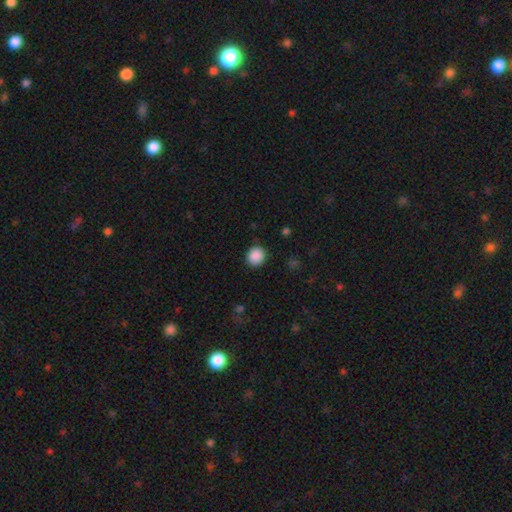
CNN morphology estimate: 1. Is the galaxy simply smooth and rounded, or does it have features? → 89% smooth, 9% star or artifact, 2% featured or disk.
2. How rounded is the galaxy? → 89% round, 10% in between, 1% cigar-shaped.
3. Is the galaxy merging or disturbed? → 89% none, 7% minor disturbance, 2% major disturbance, 1% merger.